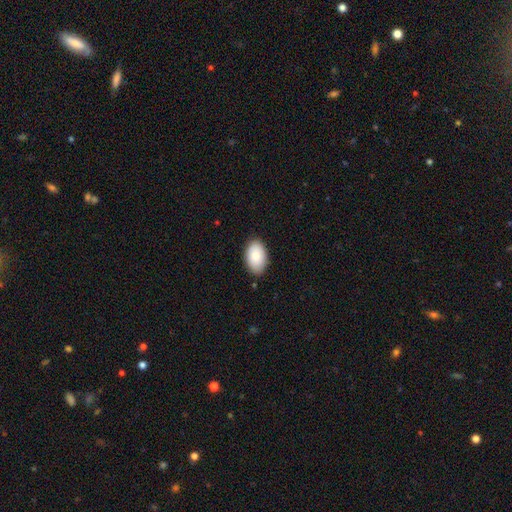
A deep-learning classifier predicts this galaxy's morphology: The model was most divided on "merging": none: 84%, minor disturbance: 12%, major disturbance: 2%, merger: 1%. More confident: how rounded — in between (93%); smooth or featured — smooth (85%).